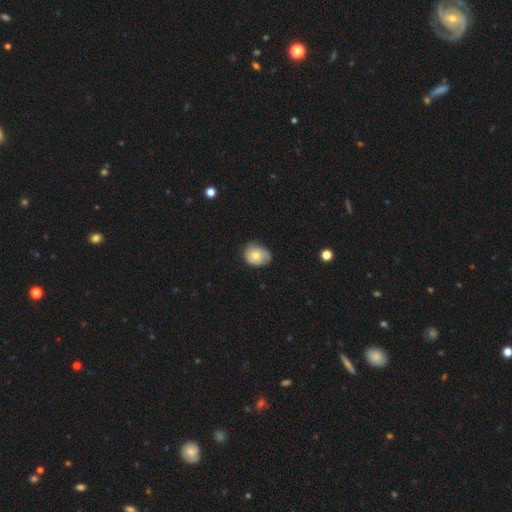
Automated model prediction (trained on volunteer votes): A smooth galaxy with no disk features (71%) that is in between round and cigar-shaped (51%).

Vote fractions:
- Smooth or featured? smooth: 71% / featured or disk: 22% / star or artifact: 7%
- How rounded? in between: 51% / round: 48% / cigar-shaped: 1%
- Merging? none: 61% / minor disturbance: 32% / major disturbance: 6% / merger: 1%